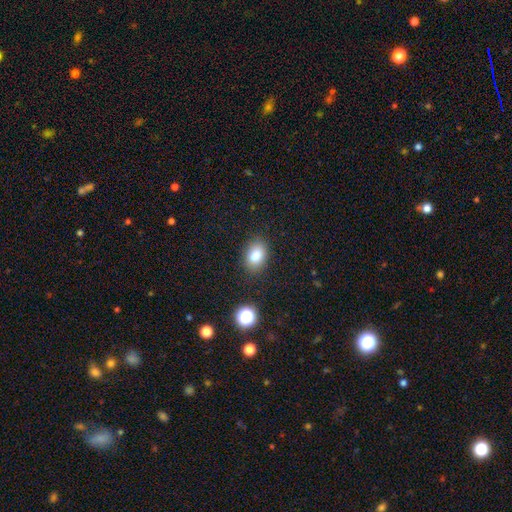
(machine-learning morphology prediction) Smooth or featured?
  - smooth: 83% *
  - star or artifact: 10%
  - featured or disk: 6%
How rounded?
  - in between: 78% *
  - round: 21%
  - cigar-shaped: 1%
Merging?
  - none: 85% *
  - minor disturbance: 10%
  - major disturbance: 3%
  - merger: 2%